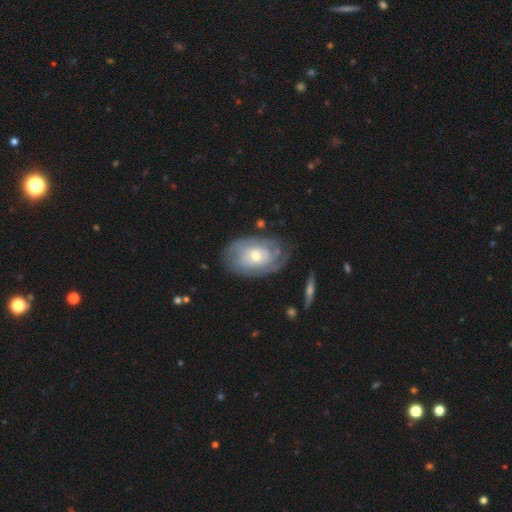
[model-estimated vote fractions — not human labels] Smooth or featured? featured or disk (70%)
Edge-on disk? no (94%)
Bar? no (76%)
Spiral arms? yes (81%)
Spiral winding? tight (66%)
Spiral arm count? can't tell (55%)
Bulge size? moderate (49%)
Merging? none (68%)